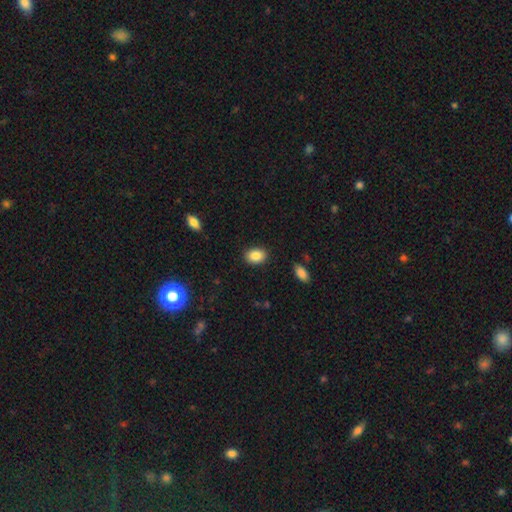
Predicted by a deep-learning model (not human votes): The model was most divided on "how rounded": in between: 78%, round: 20%, cigar-shaped: 1%. More confident: merging — none (87%); smooth or featured — smooth (87%).